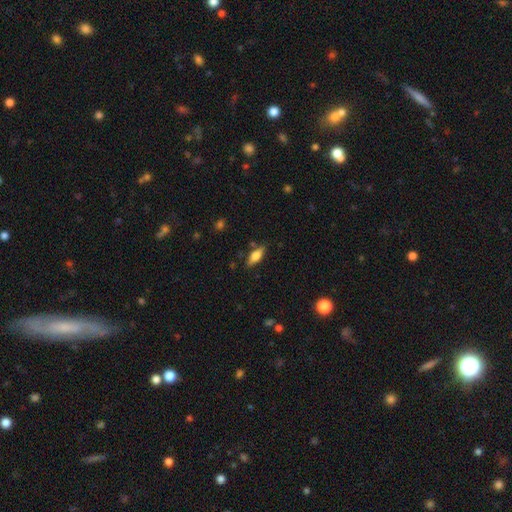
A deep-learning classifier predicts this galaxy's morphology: type=smooth (63%); roundness=in between (69%); merging=none (81%).